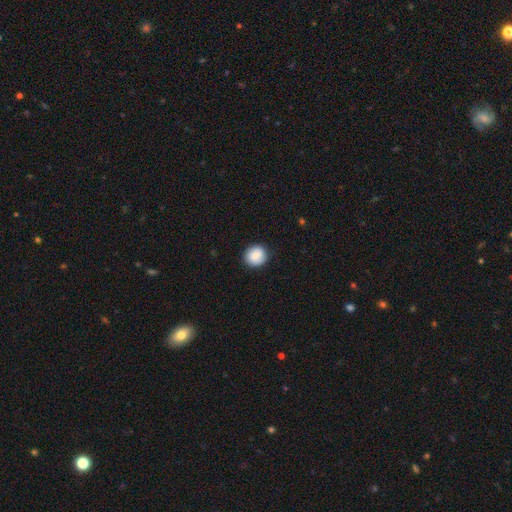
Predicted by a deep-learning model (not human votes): Overall: smooth (86%). How rounded: round (91%). Merging: none (90%).